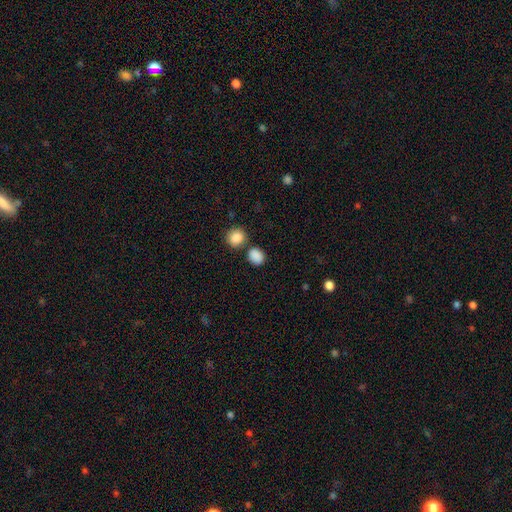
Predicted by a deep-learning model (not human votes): The model was most divided on "how rounded": round: 62%, in between: 37%, cigar-shaped: 1%. More confident: smooth or featured — smooth (87%); merging — none (70%).